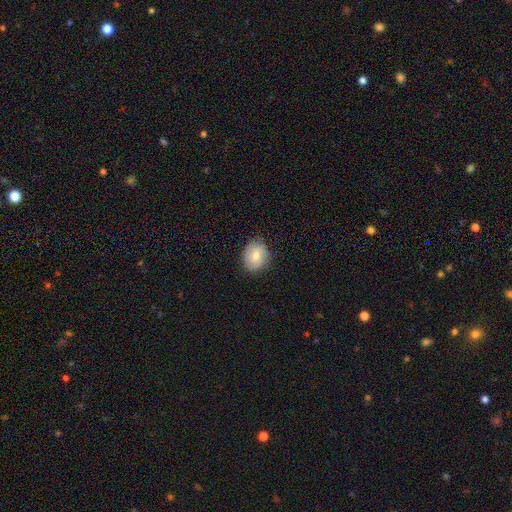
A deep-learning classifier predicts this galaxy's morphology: Smooth or featured: smooth — 70% (featured or disk — 22%)
How rounded: round — 64% (in between — 35%)
Merging: none — 82% (minor disturbance — 14%)